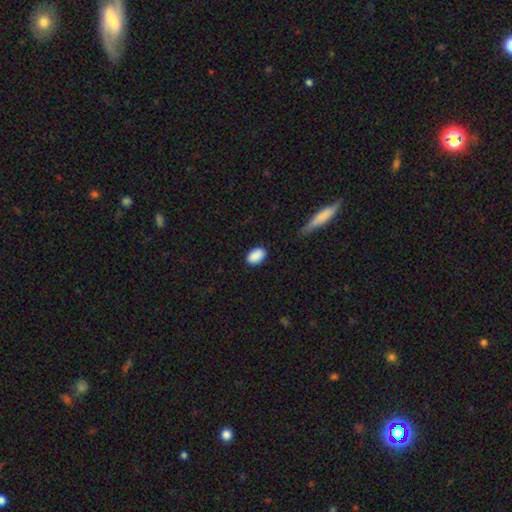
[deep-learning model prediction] smooth-or-featured: smooth: 90% | star or artifact: 7% | featured or disk: 3%
  how-rounded: in between: 88% | round: 11% | cigar-shaped: 1%
  merging: none: 85% | minor disturbance: 11% | major disturbance: 3% | merger: 1%